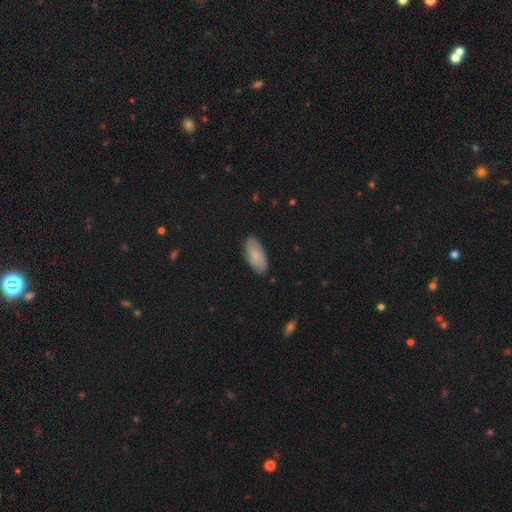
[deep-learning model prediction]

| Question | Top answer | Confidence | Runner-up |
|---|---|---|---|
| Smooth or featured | smooth | 81% | featured or disk (13%) |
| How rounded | in between | 89% | cigar-shaped (9%) |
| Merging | none | 85% | minor disturbance (12%) |